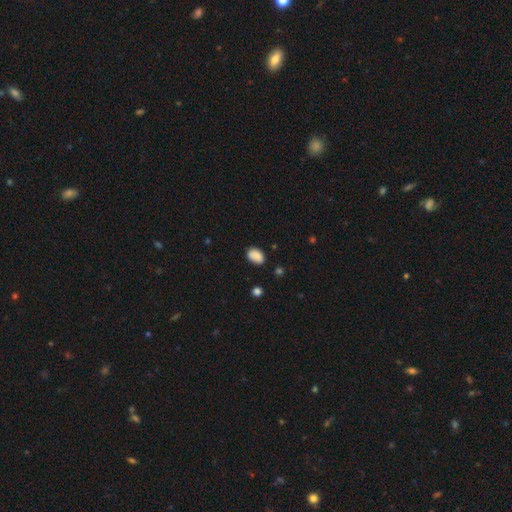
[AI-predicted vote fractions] Smooth or featured? smooth (86%)
How rounded? in between (86%)
Merging? none (75%)